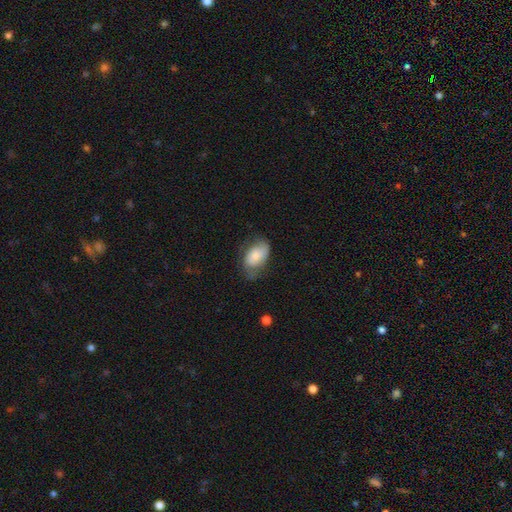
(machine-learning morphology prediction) A smooth galaxy with no disk features (72%) that is in between round and cigar-shaped (91%). Merging: none (51%).